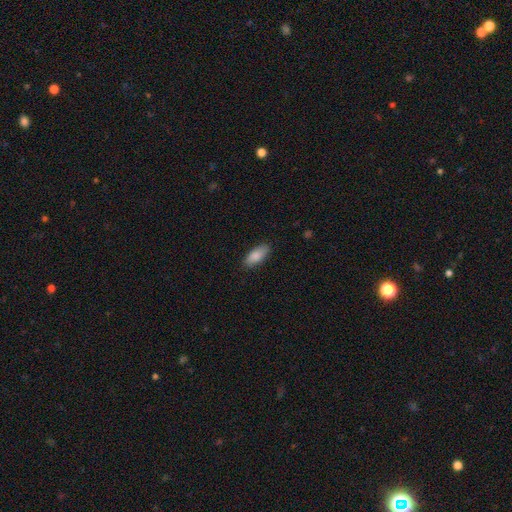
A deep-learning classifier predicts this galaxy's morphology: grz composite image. It shows a smooth galaxy with no disk features (87%) that is in between round and cigar-shaped (82%). Merging: none (86%).